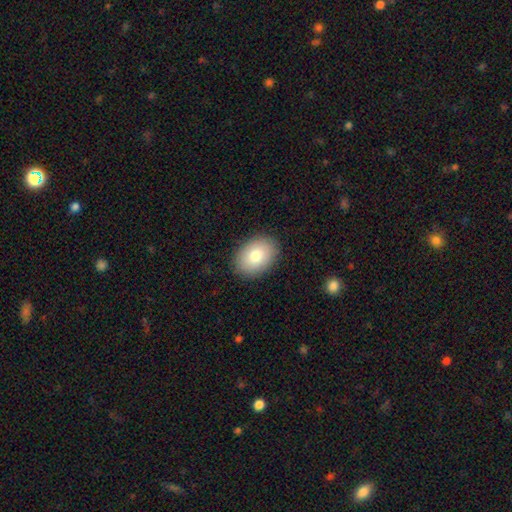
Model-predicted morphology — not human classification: This is clearly a smooth galaxy (82%). How rounded: clearly in between (80%). Merging: clearly none (89%).